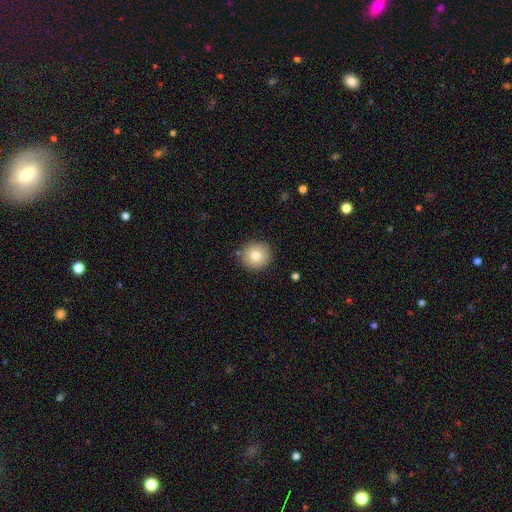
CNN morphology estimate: Smooth or featured?
  - smooth: 80% *
  - featured or disk: 11%
  - star or artifact: 9%
How rounded?
  - round: 92% *
  - in between: 7%
  - cigar-shaped: 1%
Merging?
  - none: 87% *
  - minor disturbance: 9%
  - major disturbance: 2%
  - merger: 2%